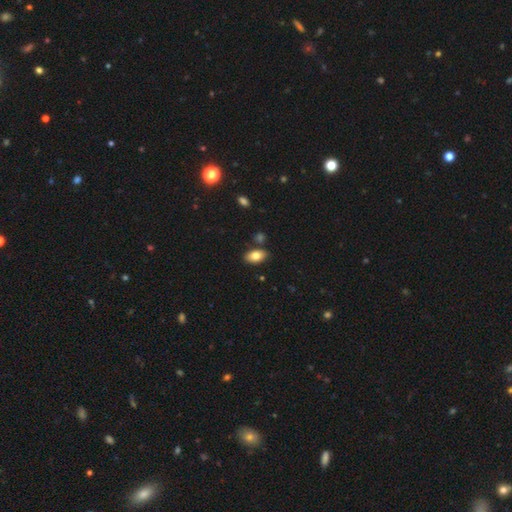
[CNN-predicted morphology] smooth-or-featured: smooth: 80% | featured or disk: 12% | star or artifact: 8%
  how-rounded: in between: 92% | round: 6% | cigar-shaped: 2%
  merging: none: 82% | minor disturbance: 10% | merger: 5% | major disturbance: 2%